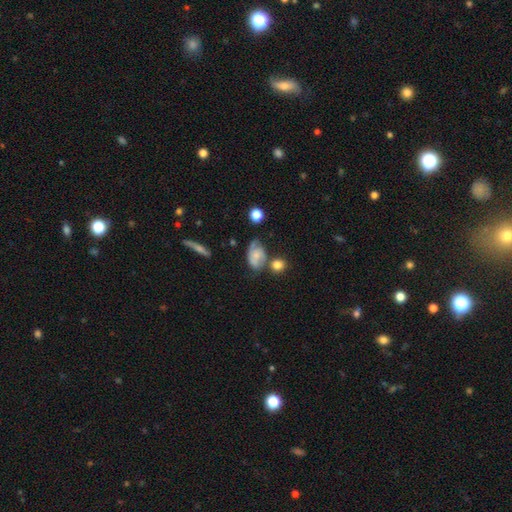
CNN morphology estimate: This is possibly a featured or disk galaxy (48%). Merging: marginally none (41%).